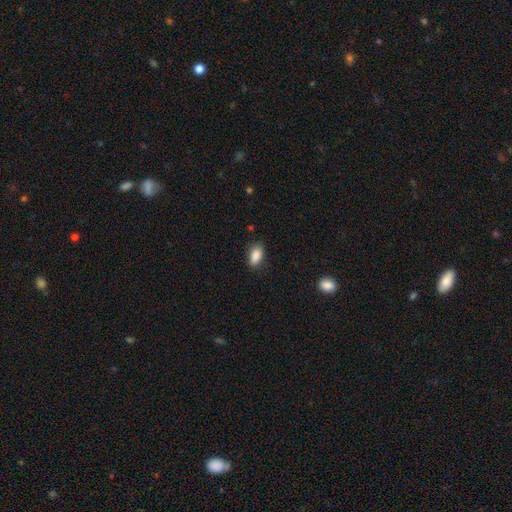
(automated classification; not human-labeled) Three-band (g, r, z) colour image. It shows a smooth galaxy with no disk features (89%) that is in between round and cigar-shaped (91%). Merging: none (82%).